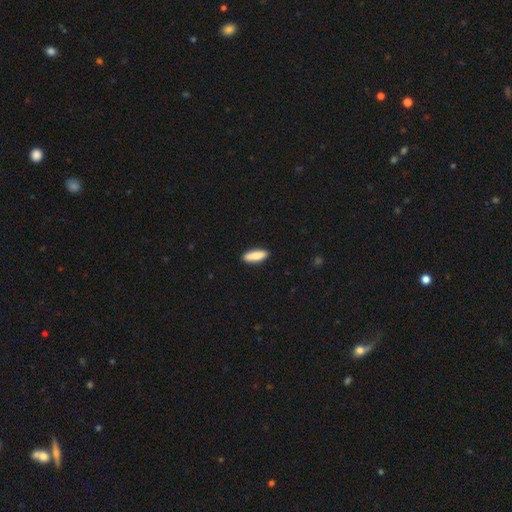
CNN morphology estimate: smooth_or_featured: smooth (p=0.86) [alt: featured or disk p=0.08]
how_rounded: cigar-shaped (p=0.49) [tied with: in between p=0.49]
merging: none (p=0.89) [alt: minor disturbance p=0.08]